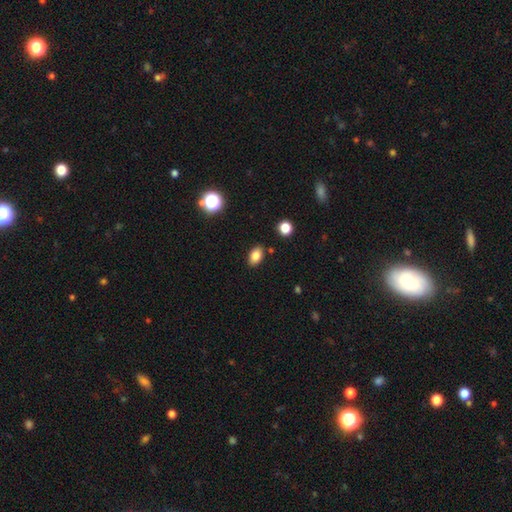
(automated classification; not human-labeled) The model was most divided on "smooth or featured": smooth: 82%, star or artifact: 10%, featured or disk: 8%. More confident: how rounded — in between (87%); merging — none (86%).